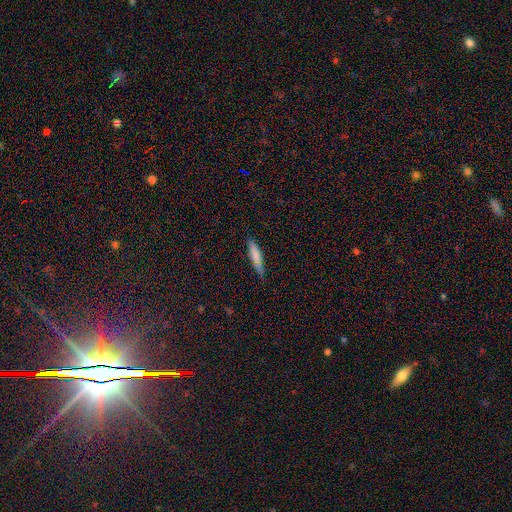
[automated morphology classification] Smooth or featured? smooth (73%)
How rounded? cigar-shaped (78%)
Merging? none (77%)